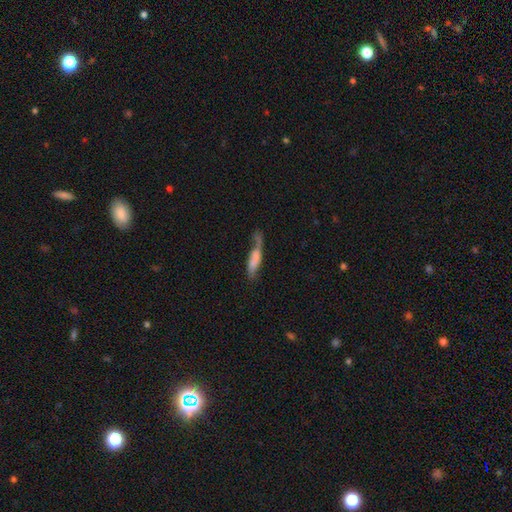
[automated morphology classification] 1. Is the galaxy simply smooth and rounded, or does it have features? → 46% smooth, 41% featured or disk, 13% star or artifact.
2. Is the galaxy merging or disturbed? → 51% none, 26% minor disturbance, 15% major disturbance, 8% merger.